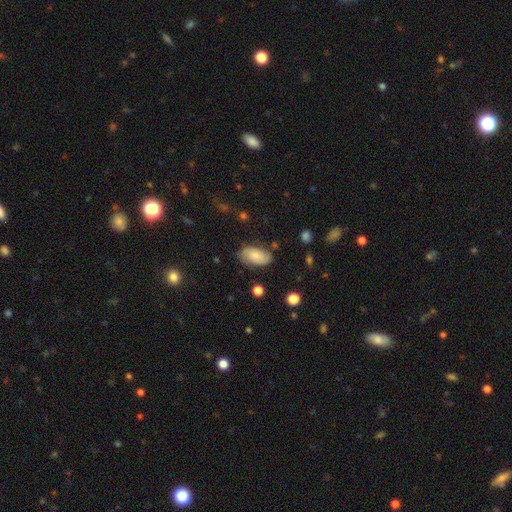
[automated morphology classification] smooth_or_featured: smooth (p=0.72) [alt: featured or disk p=0.21]
how_rounded: in between (p=0.94) [alt: round p=0.03]
merging: none (p=0.74) [alt: minor disturbance p=0.19]